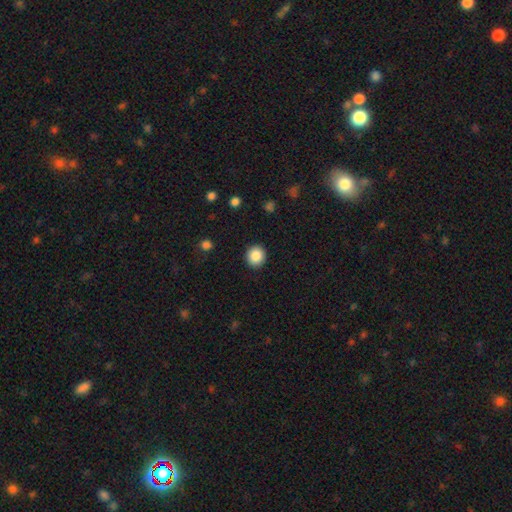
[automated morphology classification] This appears to be a smooth galaxy with no disk features (87%) that is round (90%). Merging: none (91%).